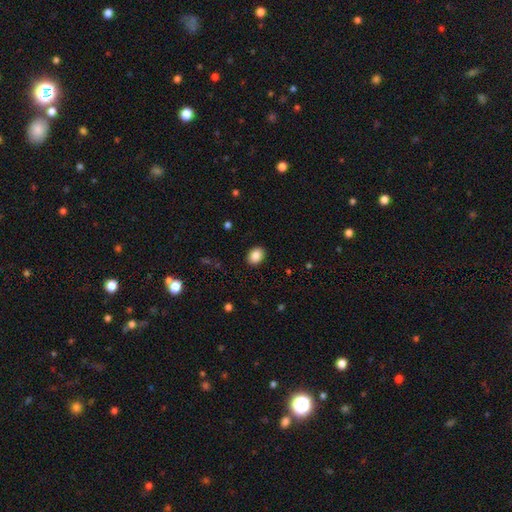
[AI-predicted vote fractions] smooth-or-featured: smooth: 88% | star or artifact: 8% | featured or disk: 4%
  how-rounded: in between: 62% | round: 37% | cigar-shaped: 1%
  merging: none: 90% | minor disturbance: 7% | major disturbance: 2% | merger: 1%